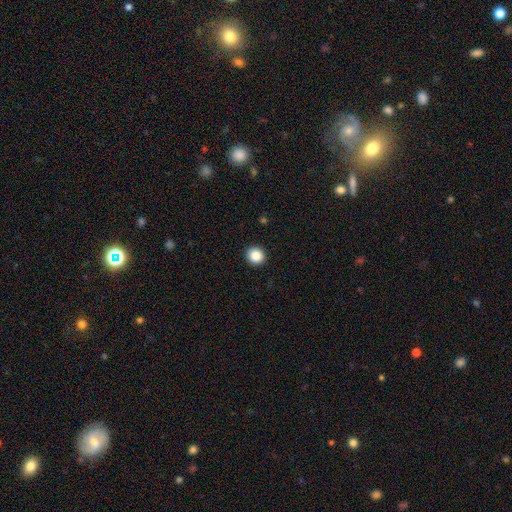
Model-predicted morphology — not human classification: A smooth galaxy with no disk features (87%) that is round (91%).

Vote fractions:
- Smooth or featured? smooth: 87% / star or artifact: 10% / featured or disk: 4%
- How rounded? round: 91% / in between: 8% / cigar-shaped: 1%
- Merging? none: 93% / minor disturbance: 5% / major disturbance: 2% / merger: 1%